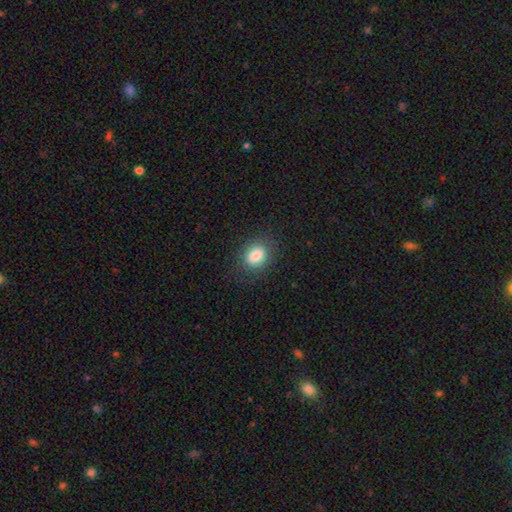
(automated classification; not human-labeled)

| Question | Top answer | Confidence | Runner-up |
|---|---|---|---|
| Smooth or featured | smooth | 84% | star or artifact (9%) |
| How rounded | in between | 63% | round (36%) |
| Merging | none | 83% | minor disturbance (12%) |